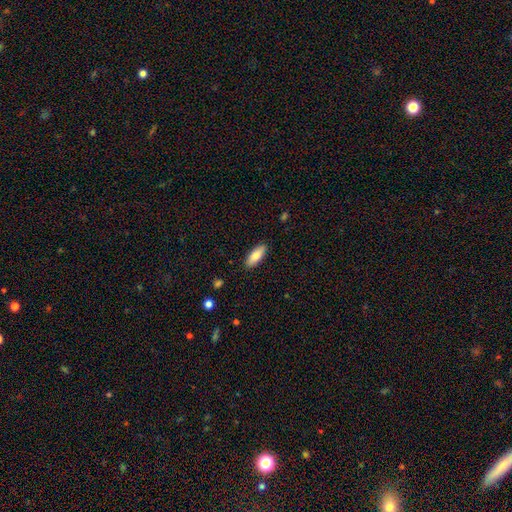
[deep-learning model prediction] Smooth or featured?
  - smooth: 83% *
  - featured or disk: 11%
  - star or artifact: 6%
How rounded?
  - in between: 74% *
  - cigar-shaped: 24%
  - round: 2%
Merging?
  - none: 89% *
  - minor disturbance: 8%
  - major disturbance: 2%
  - merger: 1%